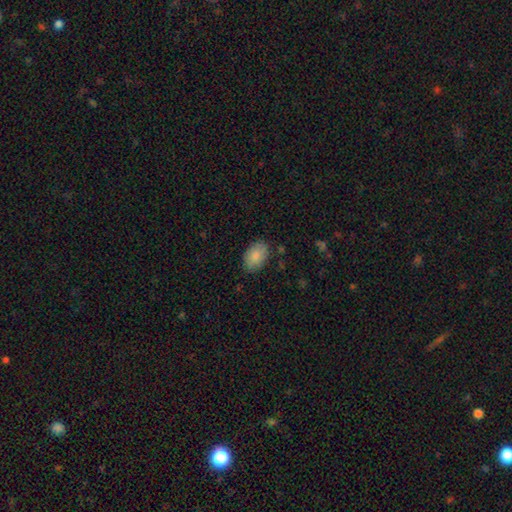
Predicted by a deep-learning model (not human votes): Smooth or featured?
  - smooth: 87% *
  - featured or disk: 7%
  - star or artifact: 6%
How rounded?
  - in between: 89% *
  - round: 10%
  - cigar-shaped: 1%
Merging?
  - none: 83% *
  - minor disturbance: 13%
  - major disturbance: 3%
  - merger: 1%